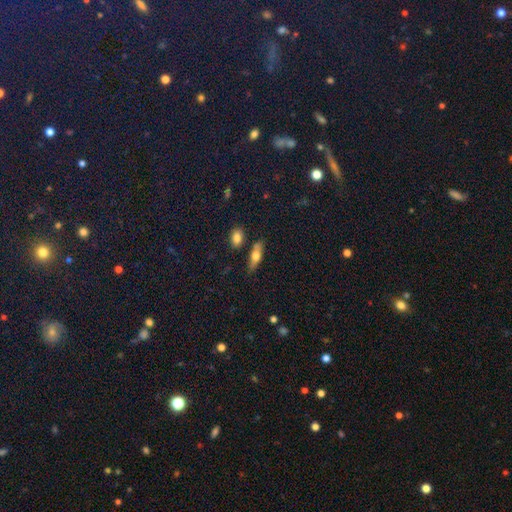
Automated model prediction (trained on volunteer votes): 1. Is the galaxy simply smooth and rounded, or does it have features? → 59% smooth, 34% featured or disk, 7% star or artifact.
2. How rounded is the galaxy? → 51% in between, 45% cigar-shaped, 4% round.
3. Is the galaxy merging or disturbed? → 73% none, 14% minor disturbance, 9% merger, 4% major disturbance.